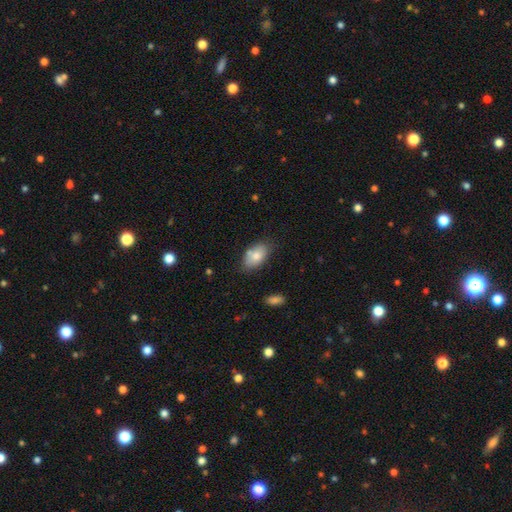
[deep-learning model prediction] smooth_or_featured: smooth (p=0.77) [alt: featured or disk p=0.16]
how_rounded: in between (p=0.91) [alt: round p=0.07]
merging: none (p=0.68) [alt: minor disturbance p=0.19]